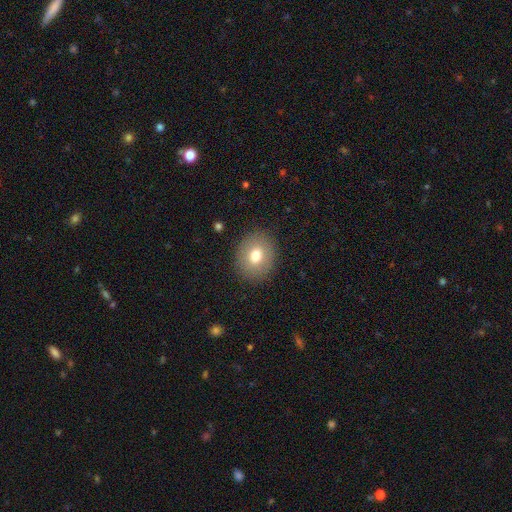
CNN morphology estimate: smooth-or-featured: smooth: 75% | featured or disk: 16% | star or artifact: 10%
  how-rounded: round: 61% | in between: 39% | cigar-shaped: 1%
  merging: none: 88% | minor disturbance: 8% | major disturbance: 3% | merger: 1%